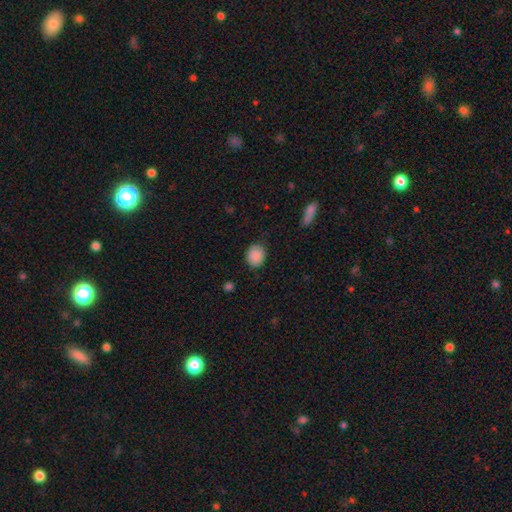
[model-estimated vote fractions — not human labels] Smooth or featured: smooth — 89% (star or artifact — 8%)
How rounded: round — 66% (in between — 33%)
Merging: none — 80% (minor disturbance — 15%)